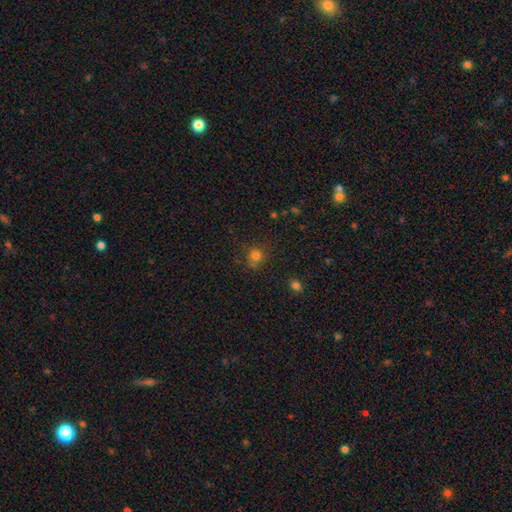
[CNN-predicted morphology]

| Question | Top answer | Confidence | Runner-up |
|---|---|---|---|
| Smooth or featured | smooth | 76% | star or artifact (17%) |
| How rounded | round | 85% | in between (14%) |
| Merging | none | 69% | minor disturbance (15%) |